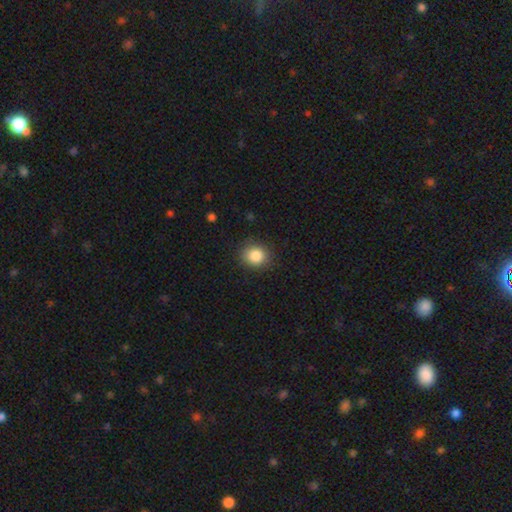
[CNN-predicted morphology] This appears to be a smooth galaxy with no disk features (85%) that is round (81%). Merging: none (87%).